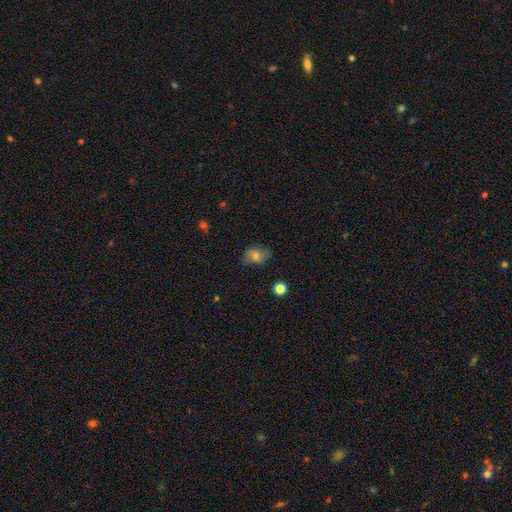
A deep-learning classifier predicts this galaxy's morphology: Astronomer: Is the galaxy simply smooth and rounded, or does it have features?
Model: smooth — 76%.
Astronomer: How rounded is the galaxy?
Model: in between — 63%.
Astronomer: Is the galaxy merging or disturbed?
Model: none — 73%.